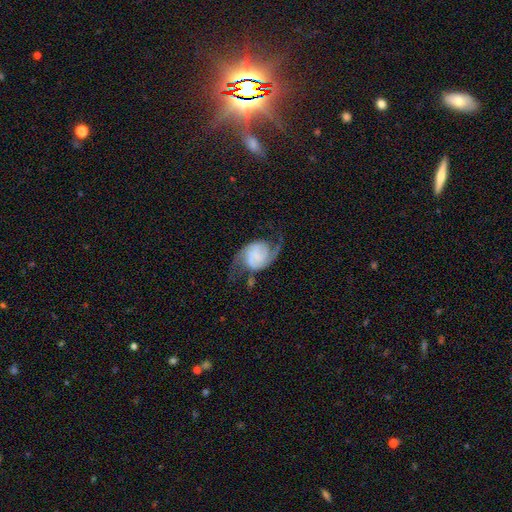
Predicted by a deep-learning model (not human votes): Smooth or featured? featured or disk (85%)
Edge-on disk? no (98%)
Bar? no (50%)
Spiral arms? yes (97%)
Spiral winding? medium (43%)
Spiral arm count? 2 (93%)
Bulge size? none (59%)
Merging? none (67%)